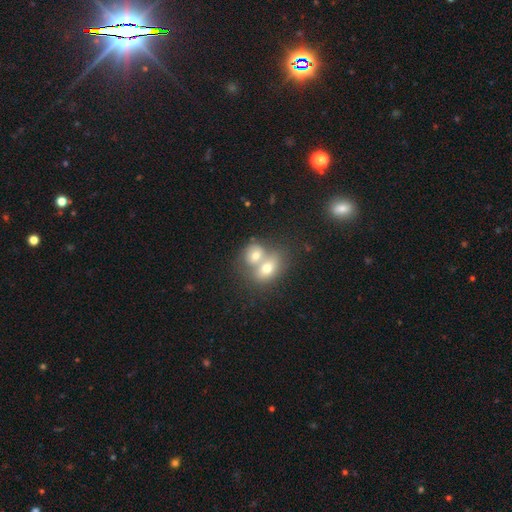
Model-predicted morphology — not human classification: Smooth or featured?
  - smooth: 67% *
  - featured or disk: 23%
  - star or artifact: 10%
How rounded?
  - in between: 55% *
  - round: 43%
  - cigar-shaped: 2%
Merging?
  - merger: 70% *
  - none: 21%
  - minor disturbance: 6%
  - major disturbance: 4%